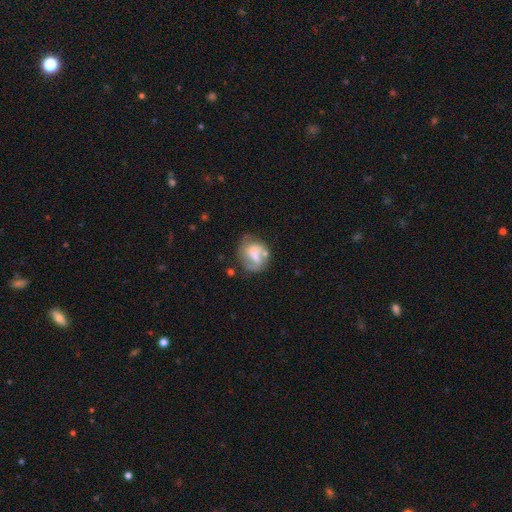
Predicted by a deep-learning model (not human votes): Smooth or featured?
  - featured or disk: 48% *
  - smooth: 44%
  - star or artifact: 8%
Merging?
  - none: 41% *
  - minor disturbance: 23%
  - merger: 20%
  - major disturbance: 17%